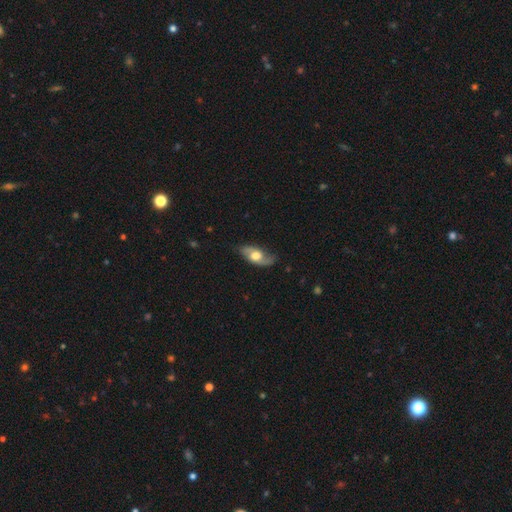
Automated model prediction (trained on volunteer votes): featured or disk 63%, smooth 31%, star or artifact 6%. Down the decision tree: edge-on disk — no (85%); bar — no (69%); spiral arms — yes (81%); bulge size — moderate (54%); merging — none (72%).